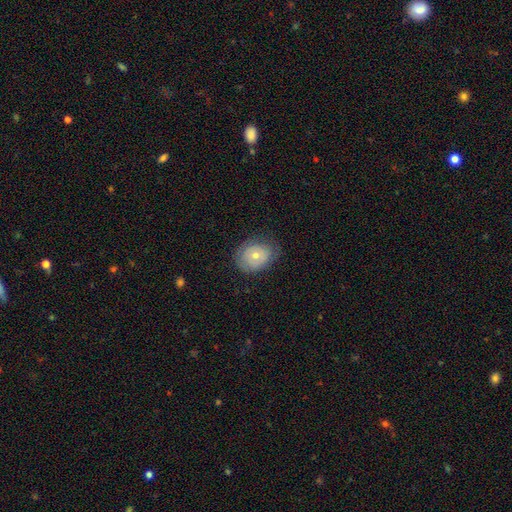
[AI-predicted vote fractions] Smooth or featured? Predicted: smooth (p=0.56). How rounded? Predicted: in between (p=0.50). Merging? Predicted: none (p=0.68).